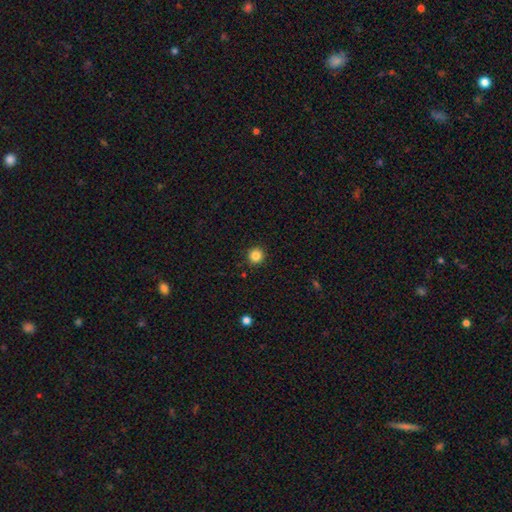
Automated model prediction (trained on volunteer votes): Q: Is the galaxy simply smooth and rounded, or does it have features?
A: smooth — 85%.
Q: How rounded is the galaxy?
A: round — 95%.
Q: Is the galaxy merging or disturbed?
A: none — 93%.